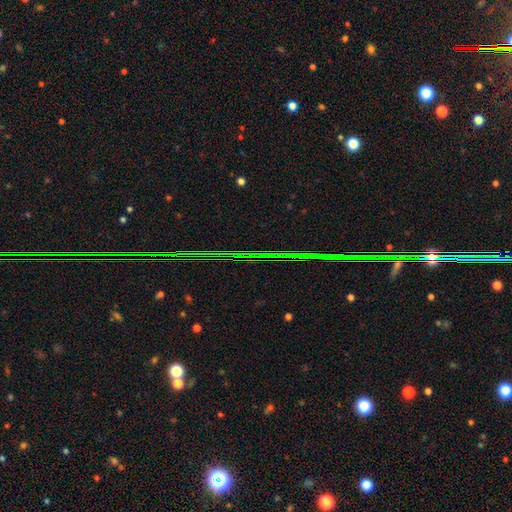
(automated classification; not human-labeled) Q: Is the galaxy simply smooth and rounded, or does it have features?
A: star or artifact — 84%.